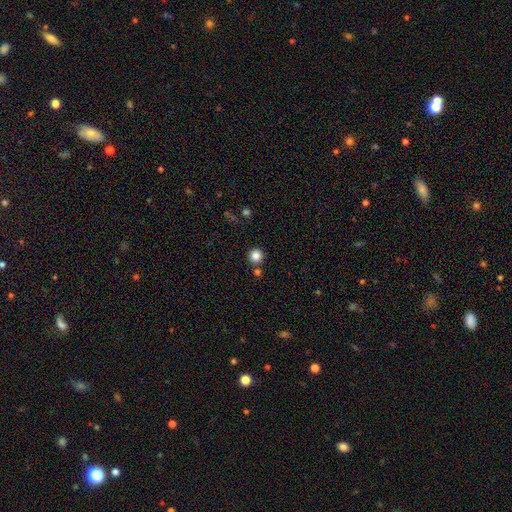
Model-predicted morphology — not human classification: Smooth or featured? Predicted: smooth (p=0.84). How rounded? Predicted: round (p=0.95). Merging? Predicted: none (p=0.82).